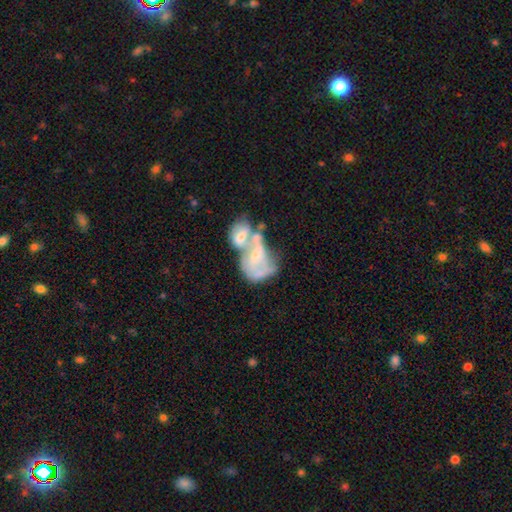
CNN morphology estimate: Smooth or featured? featured or disk (61%)
Edge-on disk? no (97%)
Bar? no (73%)
Spiral arms? no (60%)
Bulge size? none (37%)
Merging? merger (70%)